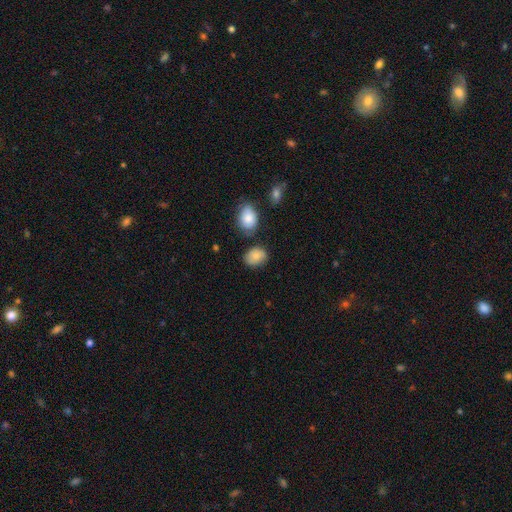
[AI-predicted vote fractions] smooth_or_featured: smooth (p=0.83) [alt: star or artifact p=0.09]
how_rounded: in between (p=0.60) [alt: round p=0.39]
merging: none (p=0.68) [alt: minor disturbance p=0.20]